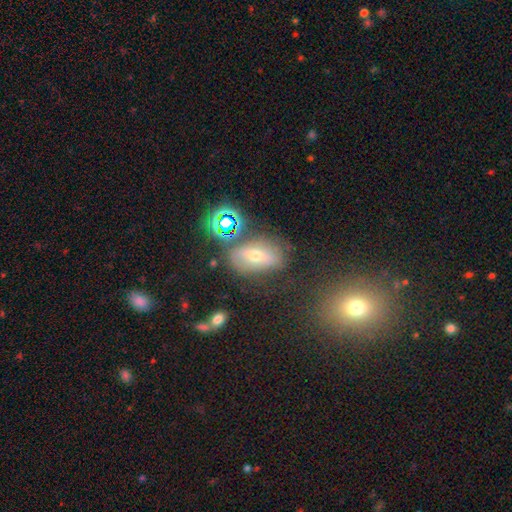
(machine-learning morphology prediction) This is marginally a smooth galaxy (42%). Merging: likely none (62%).